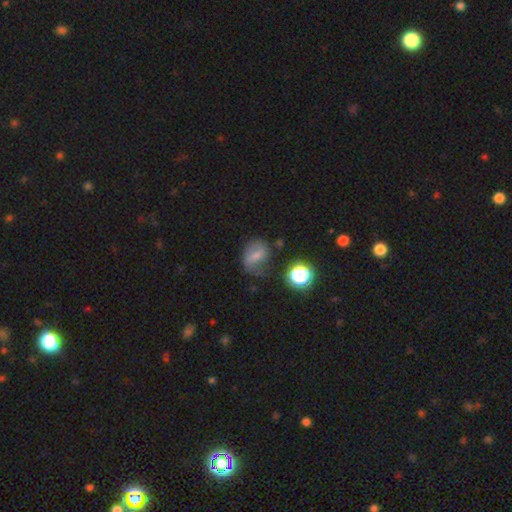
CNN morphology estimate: Overall: smooth (52%; featured or disk 32%). How rounded: in between (59%; round 38%). Merging: none (49%; minor disturbance 28%).